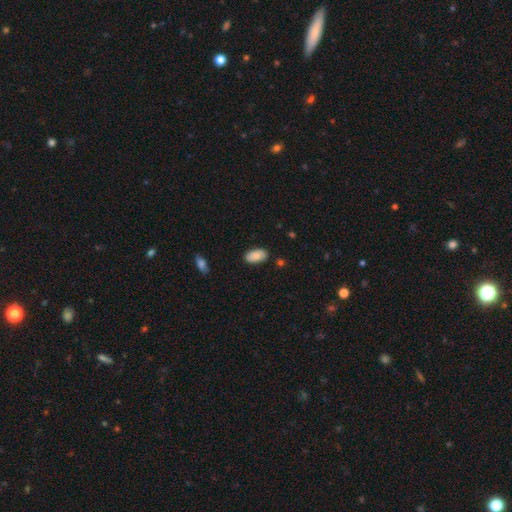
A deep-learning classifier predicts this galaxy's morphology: smooth_or_featured: smooth (p=0.86) [alt: featured or disk p=0.08]
how_rounded: in between (p=0.95) [alt: round p=0.03]
merging: none (p=0.83) [alt: minor disturbance p=0.12]